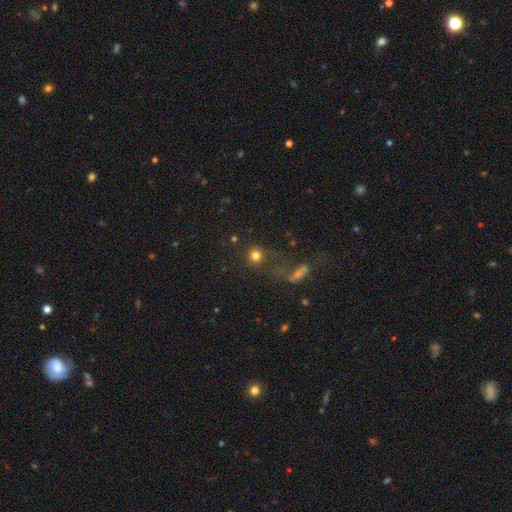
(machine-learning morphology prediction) This is likely a smooth galaxy (77%). How rounded: clearly round (90%). Merging: likely none (64%).